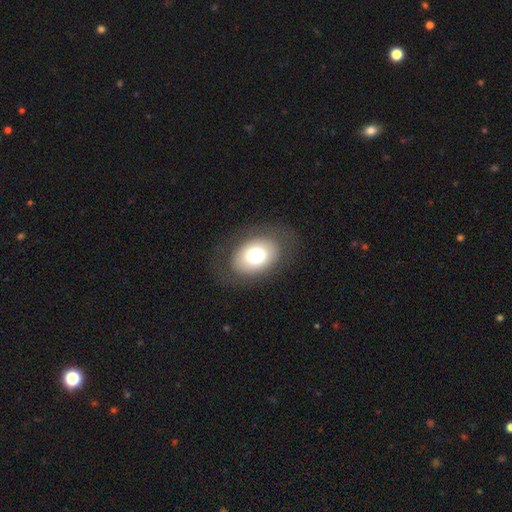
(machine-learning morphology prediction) This appears to be a smooth galaxy with no disk features (70%) that is in between round and cigar-shaped (79%). Merging: none (80%).